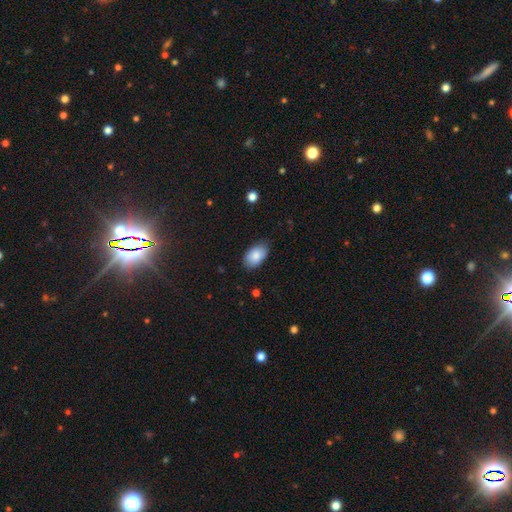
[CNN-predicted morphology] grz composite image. It shows a smooth galaxy with no disk features (84%) that is in between round and cigar-shaped (92%). Merging: none (78%).